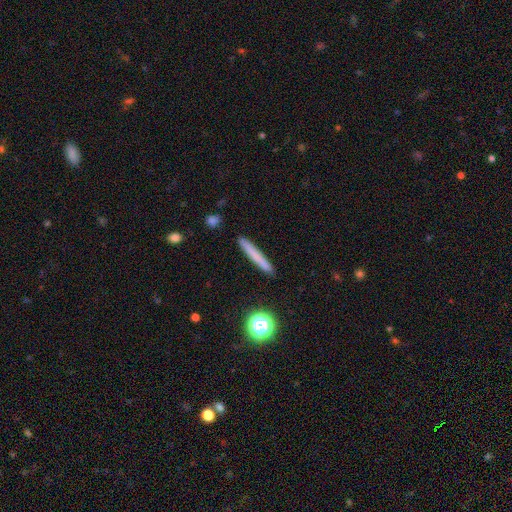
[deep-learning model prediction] A smooth galaxy with no disk features (69%) that is cigar-shaped (95%). Merging: none (90%).